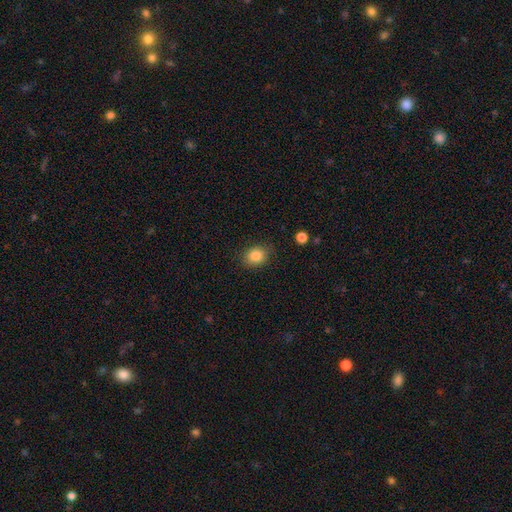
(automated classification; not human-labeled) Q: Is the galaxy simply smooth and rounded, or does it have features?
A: smooth — 85%.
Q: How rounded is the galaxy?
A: round — 50%.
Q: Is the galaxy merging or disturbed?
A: none — 82%.